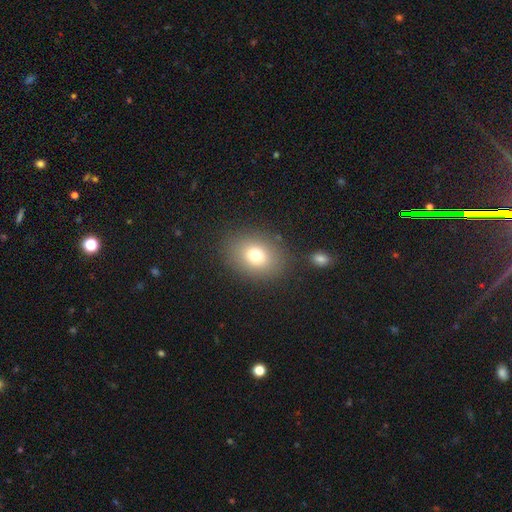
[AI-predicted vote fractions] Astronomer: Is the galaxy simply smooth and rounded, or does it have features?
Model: smooth — 74%.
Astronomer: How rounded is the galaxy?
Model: in between — 57% (runner-up: round, 42%).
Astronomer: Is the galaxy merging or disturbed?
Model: none — 83%.